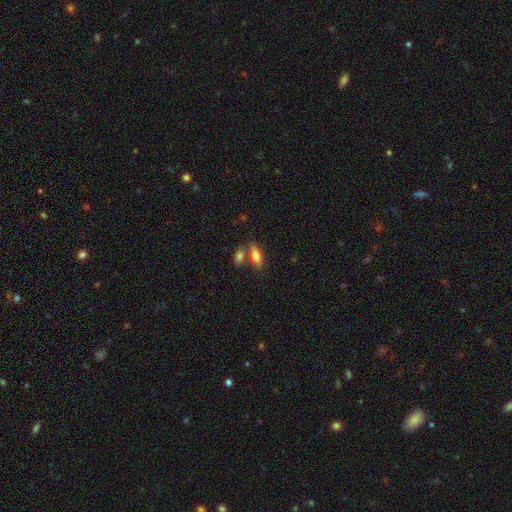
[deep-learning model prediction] smooth_or_featured: smooth (p=0.70) [alt: featured or disk p=0.22]
how_rounded: in between (p=0.61) [alt: cigar-shaped p=0.36]
merging: none (p=0.60) [alt: merger p=0.26]